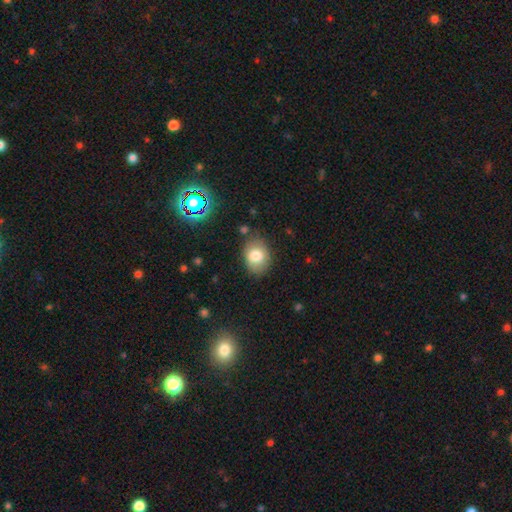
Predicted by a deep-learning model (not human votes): Smooth or featured? Predicted: smooth (p=0.79). How rounded? Predicted: in between (p=0.64). Merging? Predicted: none (p=0.79).